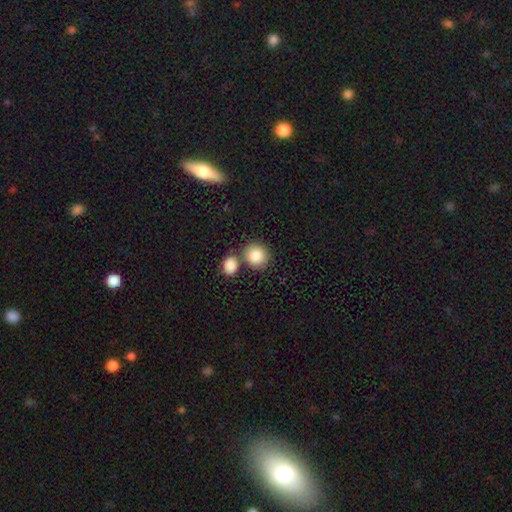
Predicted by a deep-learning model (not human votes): Smooth or featured: smooth — 86% (star or artifact — 8%)
How rounded: round — 79% (in between — 20%)
Merging: none — 62% (merger — 26%)